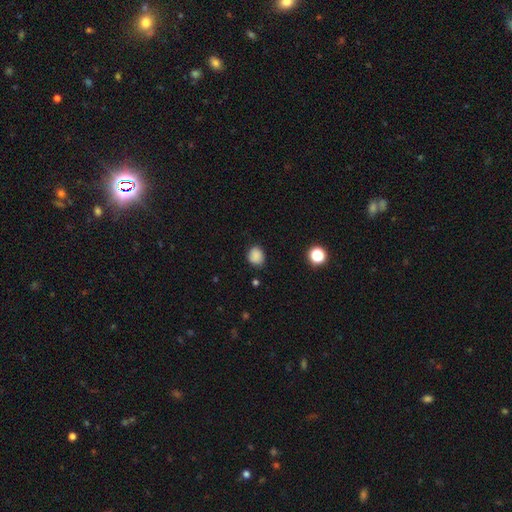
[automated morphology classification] Q: Smooth or featured?
A: smooth (85%); runner-up: star or artifact (11%)
Q: How rounded?
A: round (69%); runner-up: in between (30%)
Q: Merging?
A: none (80%); runner-up: minor disturbance (16%)